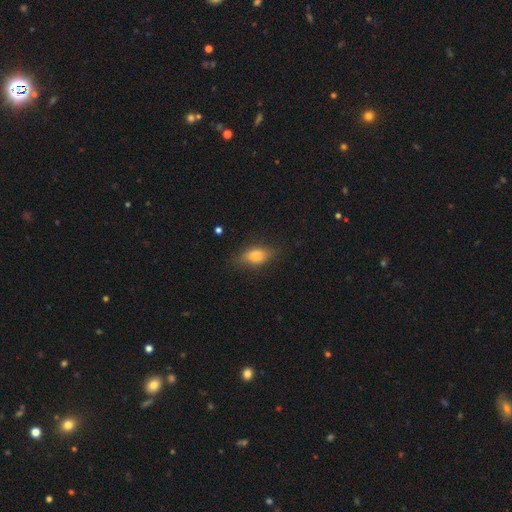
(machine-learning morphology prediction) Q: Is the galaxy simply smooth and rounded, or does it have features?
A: smooth — 66%.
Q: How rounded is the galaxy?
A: in between — 76%.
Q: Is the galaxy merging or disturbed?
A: none — 77%.